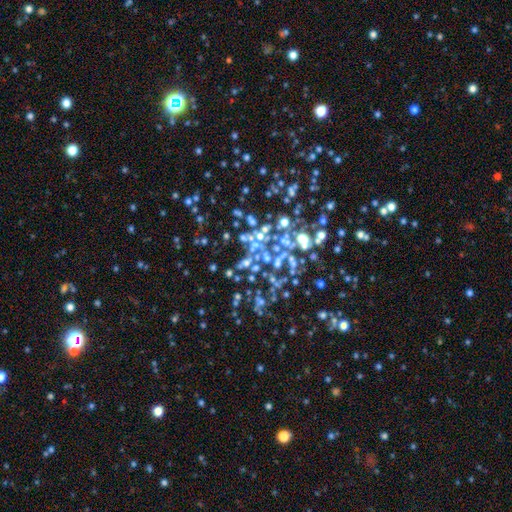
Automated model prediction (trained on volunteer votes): Smooth or featured?
  - star or artifact: 74% *
  - smooth: 14%
  - featured or disk: 12%